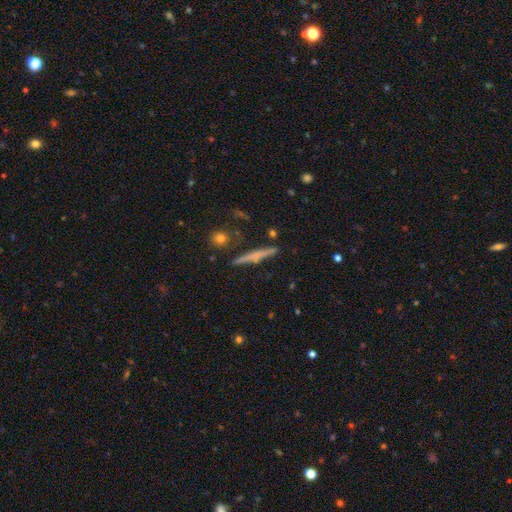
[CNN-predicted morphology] A featured or disk galaxy (55%) viewed edge-on (97%) with no central bulge (53%).

Vote fractions:
- Smooth or featured? featured or disk: 55% / smooth: 38% / star or artifact: 8%
- Edge-on disk? yes: 97% / no: 3%
- Edge-on bulge? none: 53% / rounded: 34% / boxy: 13%
- Merging? none: 87% / minor disturbance: 9% / merger: 3% / major disturbance: 2%